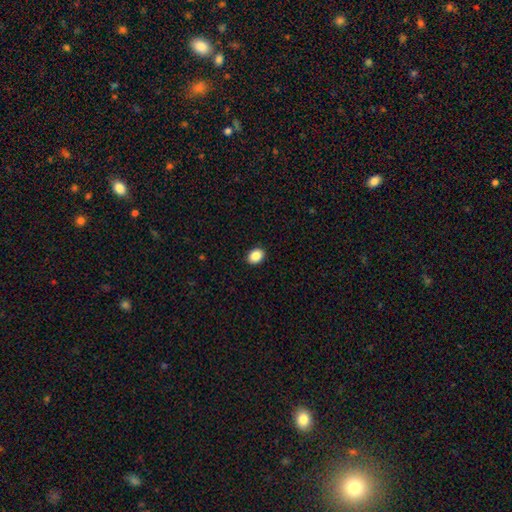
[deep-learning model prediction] Q: Smooth or featured?
A: smooth (88%); runner-up: star or artifact (8%)
Q: How rounded?
A: in between (66%); runner-up: round (33%)
Q: Merging?
A: none (91%); runner-up: minor disturbance (7%)